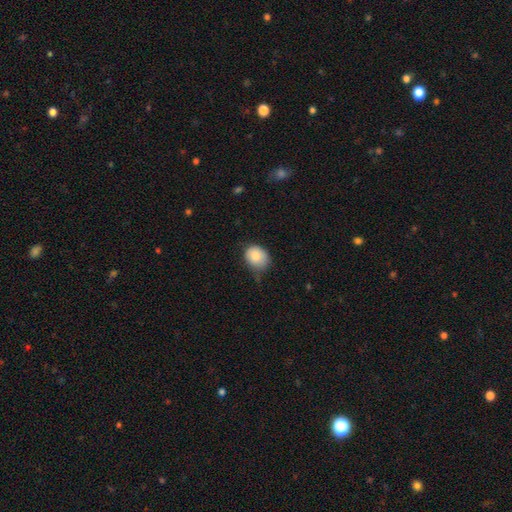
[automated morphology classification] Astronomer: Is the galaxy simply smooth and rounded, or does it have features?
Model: smooth — 83%.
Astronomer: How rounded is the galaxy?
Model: round — 55% (runner-up: in between, 44%).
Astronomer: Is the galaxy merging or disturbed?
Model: none — 52% (runner-up: minor disturbance, 38%).